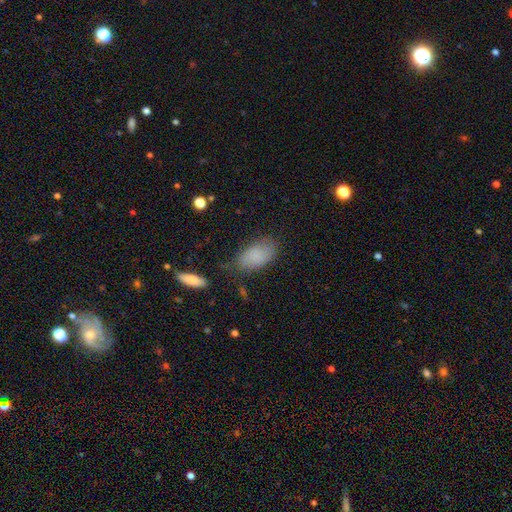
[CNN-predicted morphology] smooth 84%, featured or disk 8%, star or artifact 8%. Down the decision tree: how rounded — in between (93%); merging — none (68%).